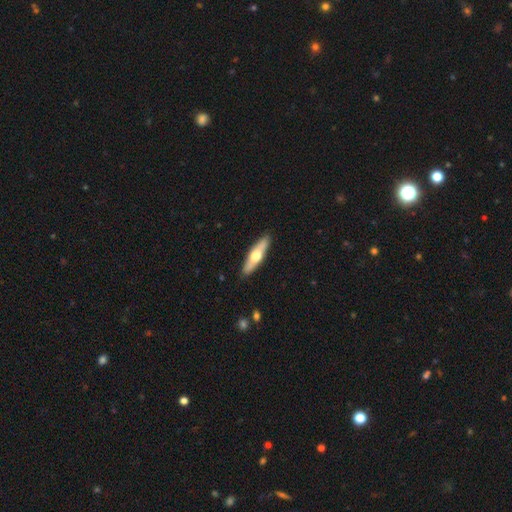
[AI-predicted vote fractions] Overall: featured or disk (49%; smooth 47%). Merging: none (90%).